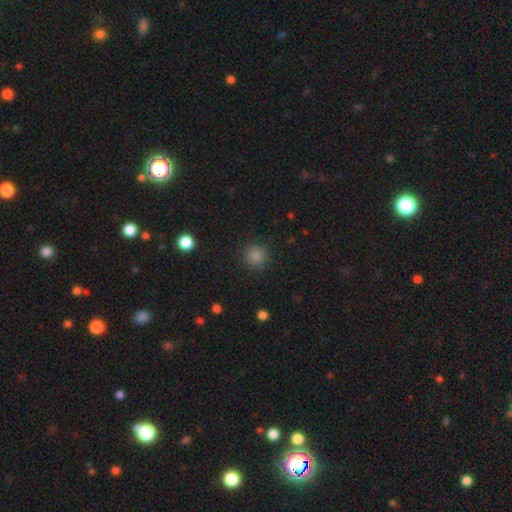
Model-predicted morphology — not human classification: Smooth or featured? smooth (84%)
How rounded? round (92%)
Merging? none (88%)